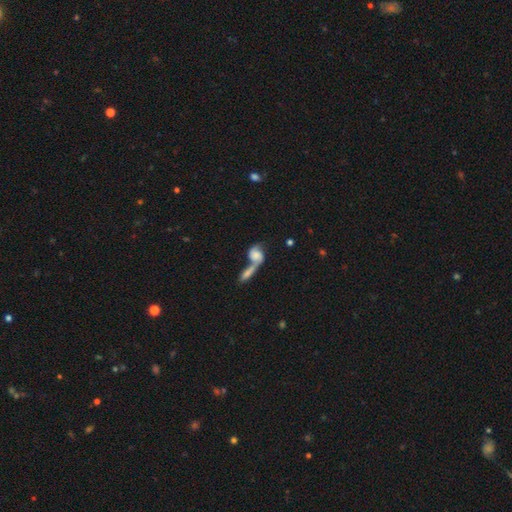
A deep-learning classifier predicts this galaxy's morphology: Smooth or featured?
  - featured or disk: 50% *
  - smooth: 42%
  - star or artifact: 9%
Merging?
  - merger: 69% *
  - none: 16%
  - major disturbance: 8%
  - minor disturbance: 7%